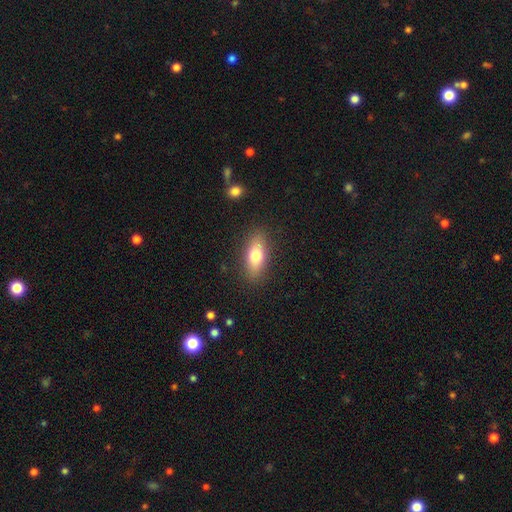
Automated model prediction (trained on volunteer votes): smooth 73%, featured or disk 20%, star or artifact 7%. Down the decision tree: how rounded — in between (77%); merging — none (86%).